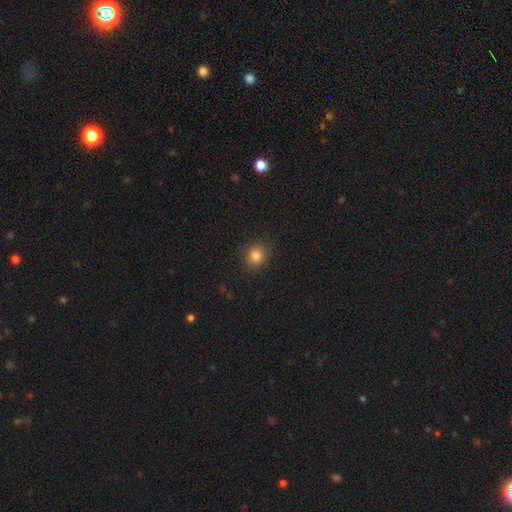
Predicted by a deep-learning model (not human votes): The model was most divided on "how rounded": round: 80%, in between: 19%, cigar-shaped: 1%. More confident: merging — none (89%); smooth or featured — smooth (83%).